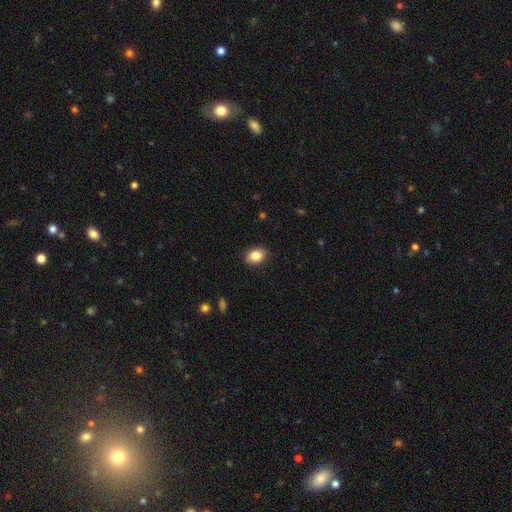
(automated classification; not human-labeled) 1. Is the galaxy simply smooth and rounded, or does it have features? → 85% smooth, 8% star or artifact, 7% featured or disk.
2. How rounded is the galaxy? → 72% in between, 26% round, 1% cigar-shaped.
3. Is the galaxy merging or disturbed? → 87% none, 10% minor disturbance, 2% major disturbance, 1% merger.